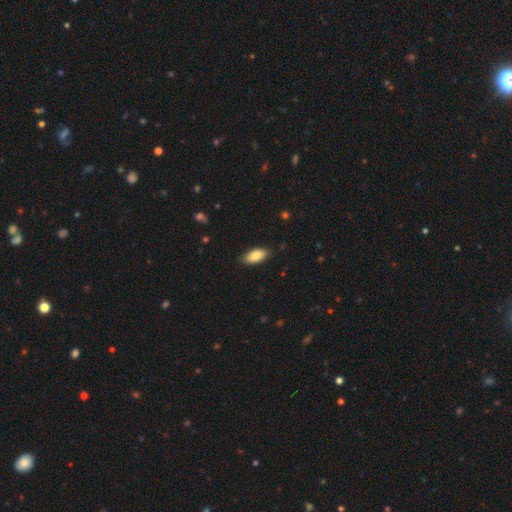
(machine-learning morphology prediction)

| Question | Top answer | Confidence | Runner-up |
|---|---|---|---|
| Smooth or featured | smooth | 84% | featured or disk (10%) |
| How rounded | in between | 90% | cigar-shaped (8%) |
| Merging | none | 85% | minor disturbance (12%) |